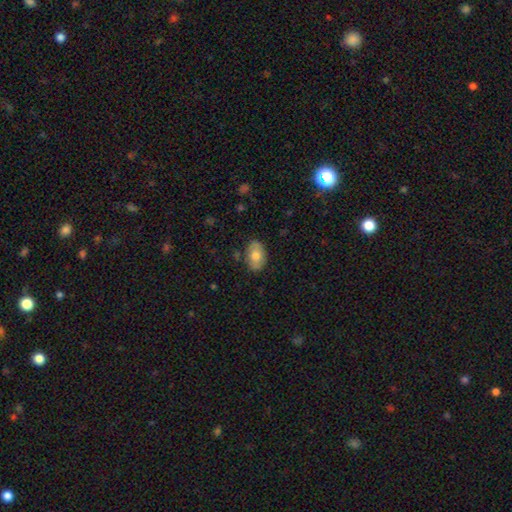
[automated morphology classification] The model was most divided on "smooth or featured": smooth: 69%, featured or disk: 24%, star or artifact: 7%. More confident: how rounded — in between (86%); merging — none (82%).